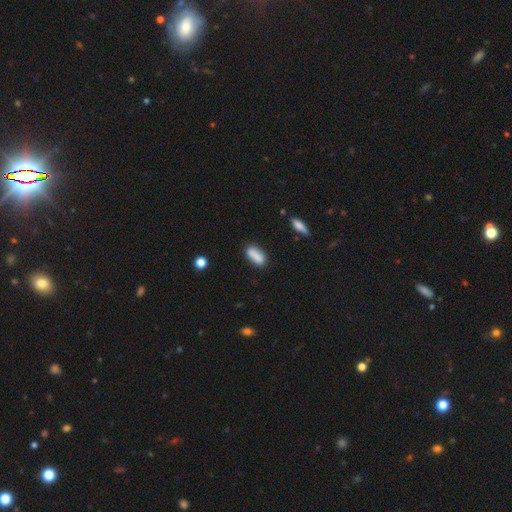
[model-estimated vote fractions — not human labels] A smooth galaxy with no disk features (84%) that is in between round and cigar-shaped (71%).

Vote fractions:
- Smooth or featured? smooth: 84% / featured or disk: 9% / star or artifact: 8%
- How rounded? in between: 71% / cigar-shaped: 26% / round: 3%
- Merging? none: 72% / minor disturbance: 17% / merger: 8% / major disturbance: 4%